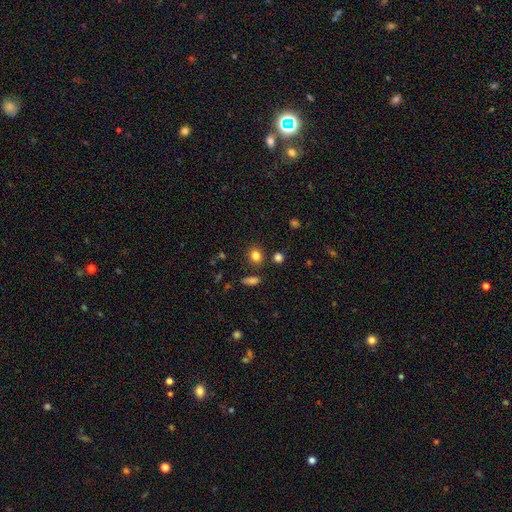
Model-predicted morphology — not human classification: Smooth or featured? smooth (82%)
How rounded? round (70%)
Merging? none (82%)